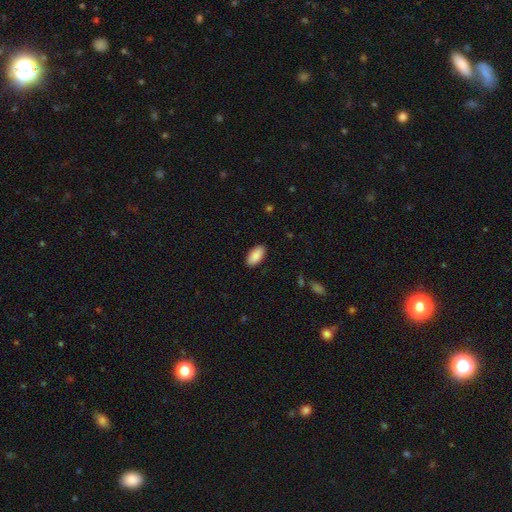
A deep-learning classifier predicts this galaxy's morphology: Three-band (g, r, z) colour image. It shows a smooth galaxy with no disk features (90%) that is in between round and cigar-shaped (95%). Merging: none (89%).